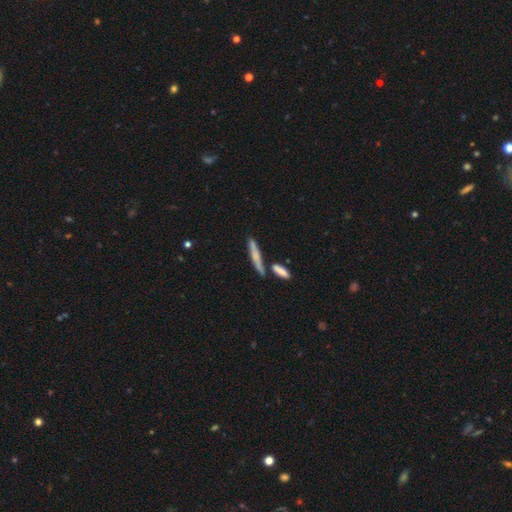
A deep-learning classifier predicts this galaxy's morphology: smooth-or-featured: smooth: 58% | featured or disk: 35% | star or artifact: 7%
  how-rounded: cigar-shaped: 90% | in between: 8% | round: 2%
  merging: none: 68% | merger: 16% | minor disturbance: 12% | major disturbance: 3%